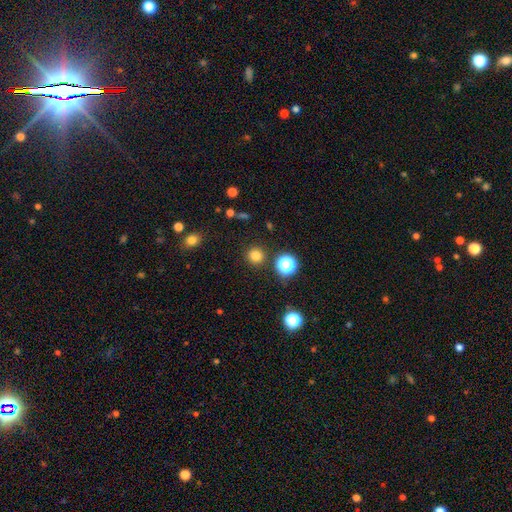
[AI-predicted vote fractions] Smooth or featured? Predicted: smooth (p=0.79). How rounded? Predicted: round (p=0.94). Merging? Predicted: none (p=0.89).